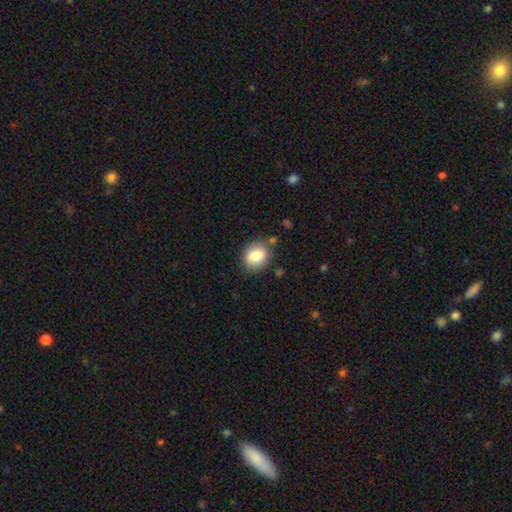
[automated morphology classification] The model was most divided on "how rounded": round: 51%, in between: 48%, cigar-shaped: 1%. More confident: smooth or featured — smooth (83%); merging — none (78%).